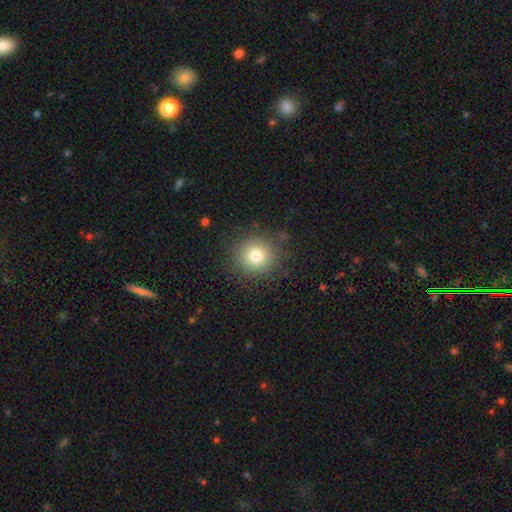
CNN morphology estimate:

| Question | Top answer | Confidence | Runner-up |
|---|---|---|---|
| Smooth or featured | smooth | 78% | star or artifact (12%) |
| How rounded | round | 90% | in between (9%) |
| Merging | none | 86% | minor disturbance (9%) |